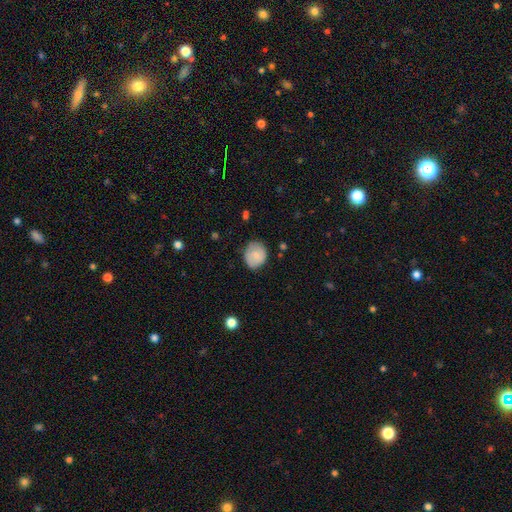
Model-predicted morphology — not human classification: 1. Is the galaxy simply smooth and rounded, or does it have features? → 73% smooth, 20% featured or disk, 7% star or artifact.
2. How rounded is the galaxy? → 67% round, 32% in between, 1% cigar-shaped.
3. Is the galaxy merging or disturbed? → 71% none, 23% minor disturbance, 4% major disturbance, 1% merger.